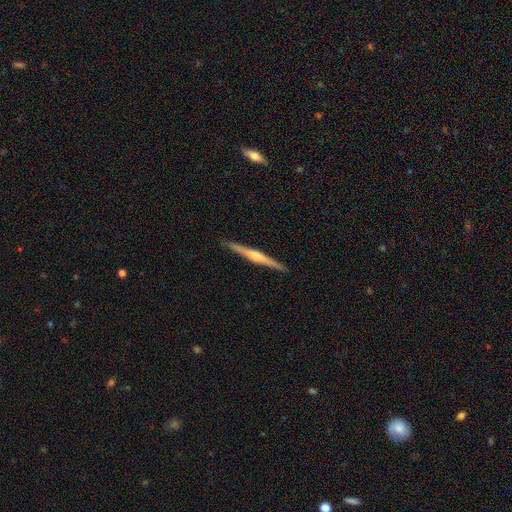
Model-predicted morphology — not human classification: Smooth or featured? Predicted: featured or disk (p=0.78). Edge-on disk? Predicted: yes (p=0.98). Edge-on bulge? Predicted: rounded (p=0.81). Merging? Predicted: none (p=0.92).